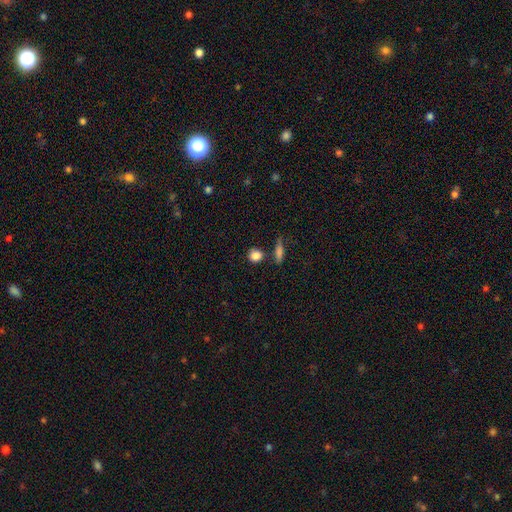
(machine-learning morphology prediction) type=smooth (86%); roundness=round (81%); merging=none (77%).